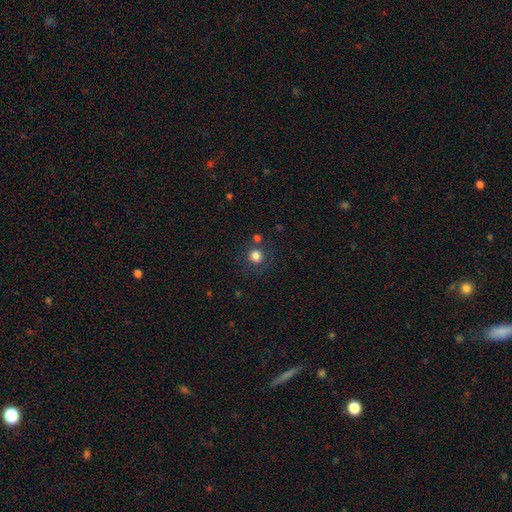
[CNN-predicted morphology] Q: Smooth or featured?
A: smooth (81%); runner-up: star or artifact (13%)
Q: How rounded?
A: round (89%); runner-up: in between (10%)
Q: Merging?
A: none (77%); runner-up: merger (10%)